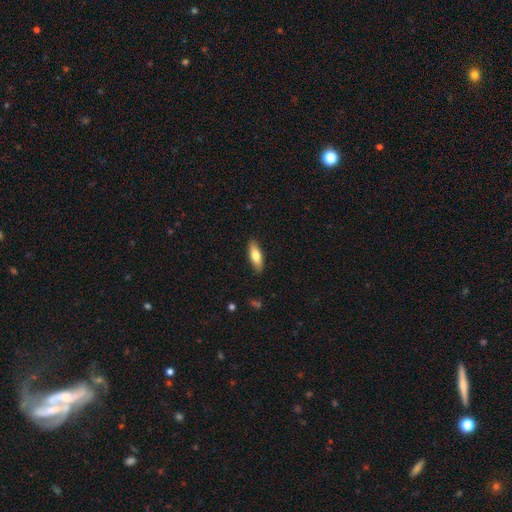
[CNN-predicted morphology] smooth-or-featured: smooth: 74% | featured or disk: 20% | star or artifact: 6%
  how-rounded: in between: 61% | cigar-shaped: 37% | round: 2%
  merging: none: 87% | minor disturbance: 10% | major disturbance: 2% | merger: 1%